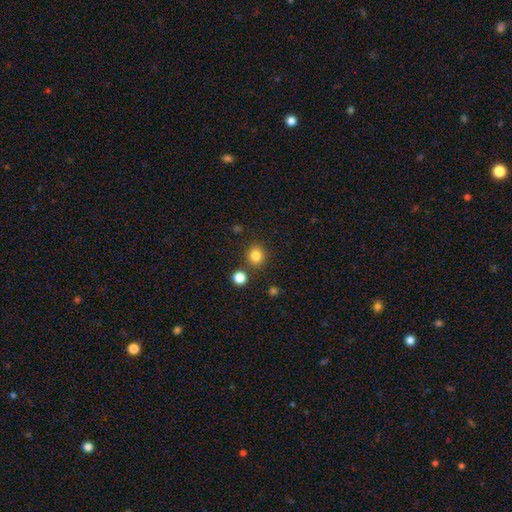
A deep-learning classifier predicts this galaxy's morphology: This is clearly a smooth galaxy (83%). How rounded: clearly round (84%). Merging: clearly none (84%).